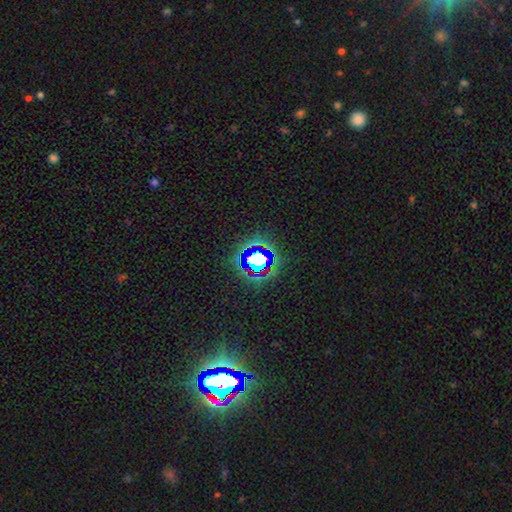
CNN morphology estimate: type=star or artifact (70%).